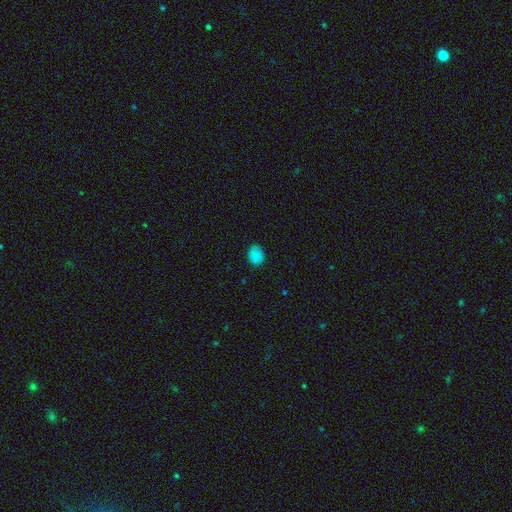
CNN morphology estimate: Overall: smooth (84%). How rounded: in between (54%; round 45%). Merging: none (82%).